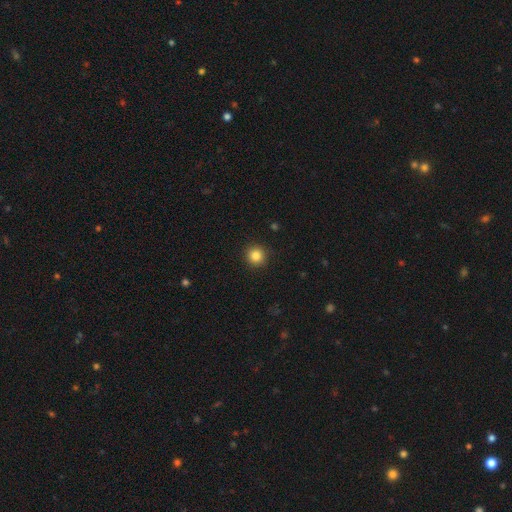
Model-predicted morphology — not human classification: Smooth or featured: smooth — 85% (star or artifact — 11%)
How rounded: round — 95% (in between — 5%)
Merging: none — 92% (minor disturbance — 5%)